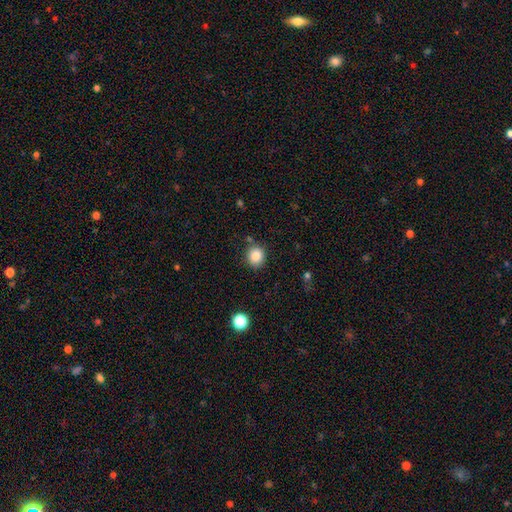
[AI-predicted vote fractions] Smooth or featured? Predicted: smooth (p=0.85). How rounded? Predicted: round (p=0.79). Merging? Predicted: none (p=0.83).